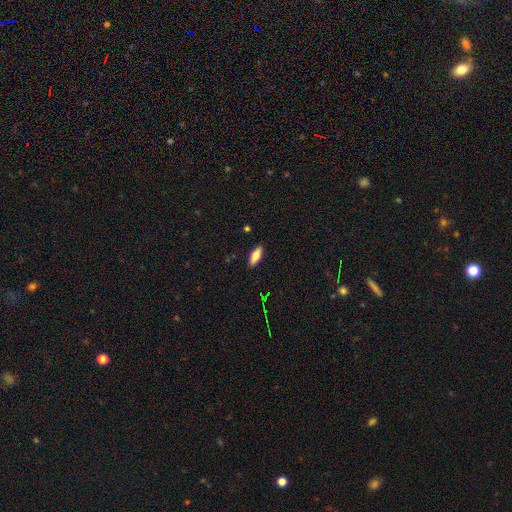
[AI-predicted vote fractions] Smooth or featured? Predicted: smooth (p=0.74). How rounded? Predicted: in between (p=0.78). Merging? Predicted: none (p=0.89).